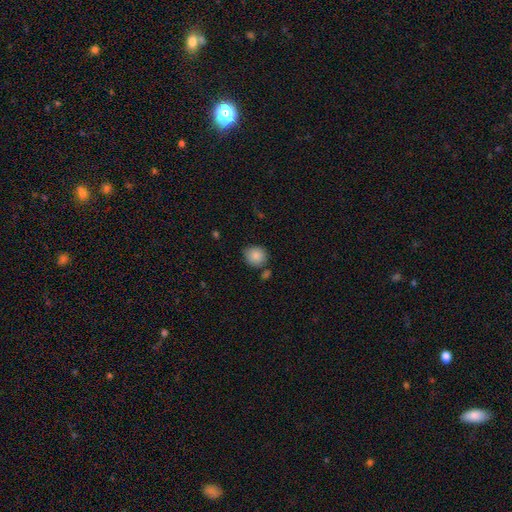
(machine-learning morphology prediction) A smooth galaxy with no disk features (87%) that is round (78%). Merging: none (73%).